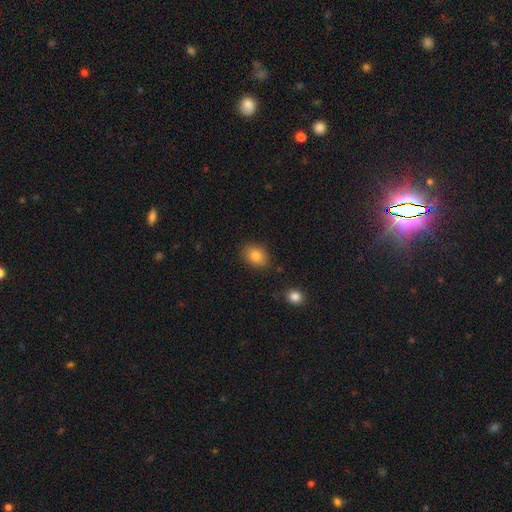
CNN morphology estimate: smooth_or_featured: smooth (p=0.84) [alt: star or artifact p=0.09]
how_rounded: in between (p=0.65) [alt: round p=0.34]
merging: none (p=0.83) [alt: minor disturbance p=0.12]